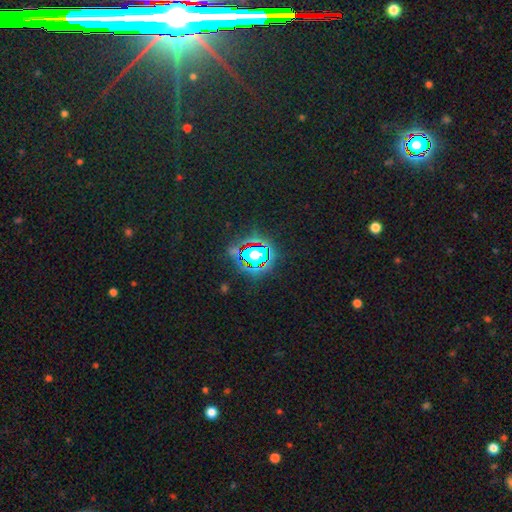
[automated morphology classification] This is clearly a star or artifact rather than a galaxy (82%).